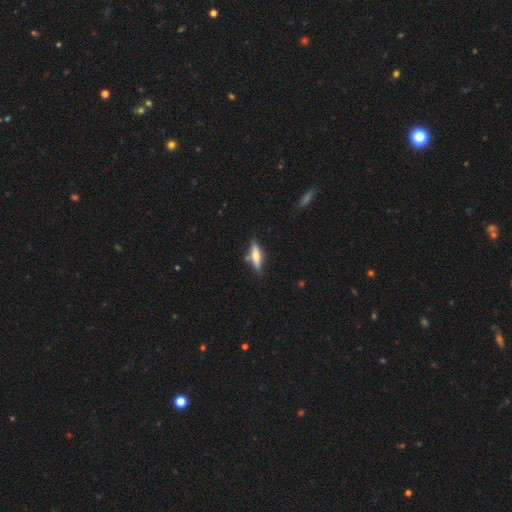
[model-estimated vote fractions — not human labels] Q: Smooth or featured?
A: smooth (48%); runner-up: featured or disk (46%)
Q: Merging?
A: none (76%); runner-up: minor disturbance (14%)